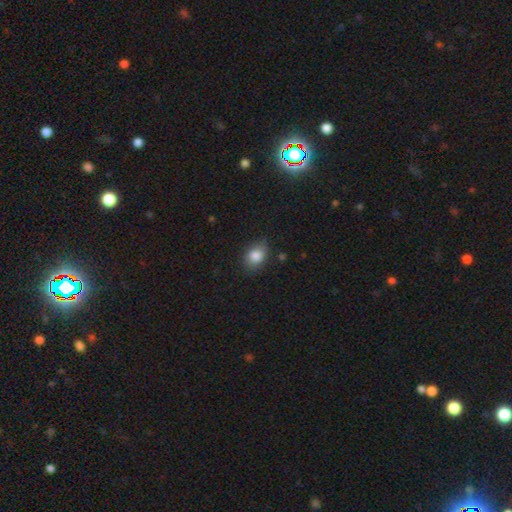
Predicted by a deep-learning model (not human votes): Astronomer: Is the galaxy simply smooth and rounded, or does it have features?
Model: smooth — 83%.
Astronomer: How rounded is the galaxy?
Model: in between — 67%.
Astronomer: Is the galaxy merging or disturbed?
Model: none — 72%.